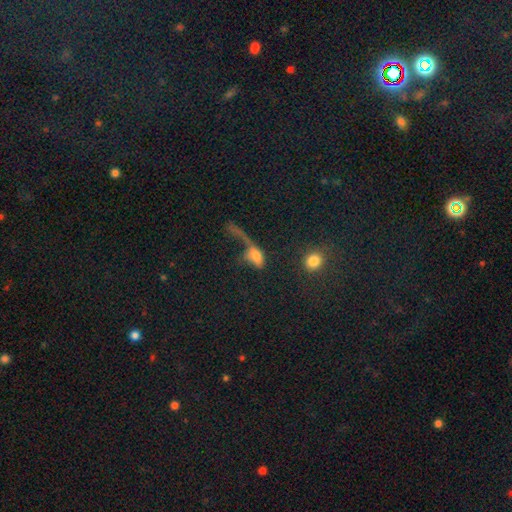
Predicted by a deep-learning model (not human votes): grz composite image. It shows a smooth galaxy with no disk features (59%) that is in between round and cigar-shaped (74%). Merging: major disturbance (52%).